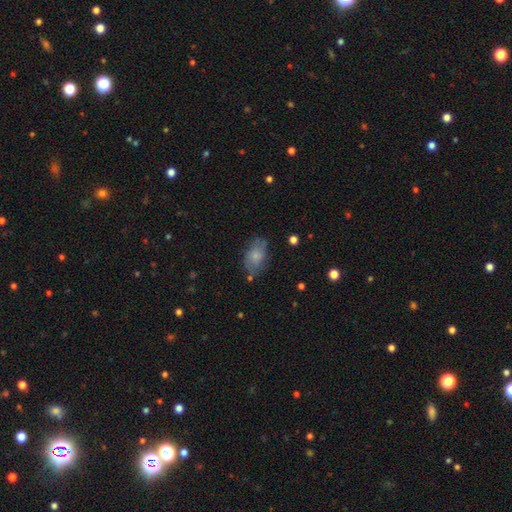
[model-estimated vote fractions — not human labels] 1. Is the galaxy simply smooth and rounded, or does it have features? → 71% smooth, 21% featured or disk, 8% star or artifact.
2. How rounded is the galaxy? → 89% in between, 9% round, 2% cigar-shaped.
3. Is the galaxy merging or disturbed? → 65% none, 24% minor disturbance, 8% major disturbance, 3% merger.